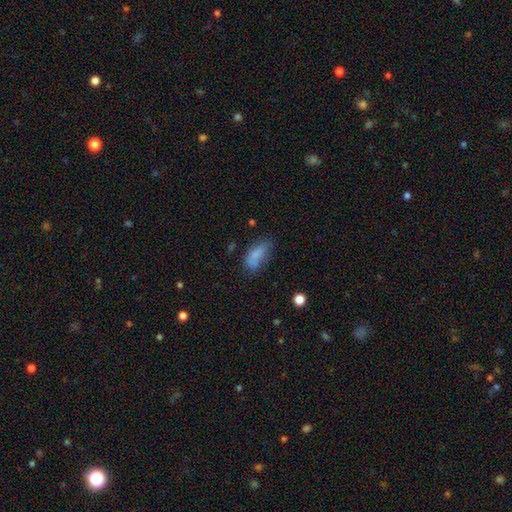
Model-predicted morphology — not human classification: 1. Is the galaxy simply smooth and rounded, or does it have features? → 77% smooth, 13% featured or disk, 10% star or artifact.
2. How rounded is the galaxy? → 82% in between, 14% cigar-shaped, 4% round.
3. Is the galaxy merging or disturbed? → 49% none, 30% minor disturbance, 14% major disturbance, 7% merger.